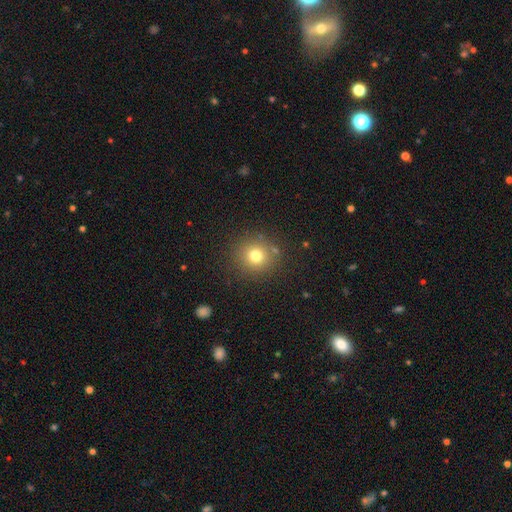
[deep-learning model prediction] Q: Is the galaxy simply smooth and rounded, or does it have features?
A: smooth — 75%.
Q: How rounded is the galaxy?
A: round — 92%.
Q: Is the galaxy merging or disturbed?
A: none — 85%.